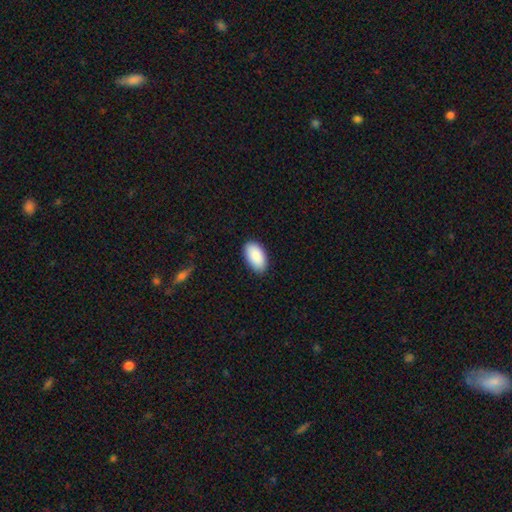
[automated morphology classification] A smooth galaxy with no disk features (90%) that is in between round and cigar-shaped (96%). Merging: none (86%).